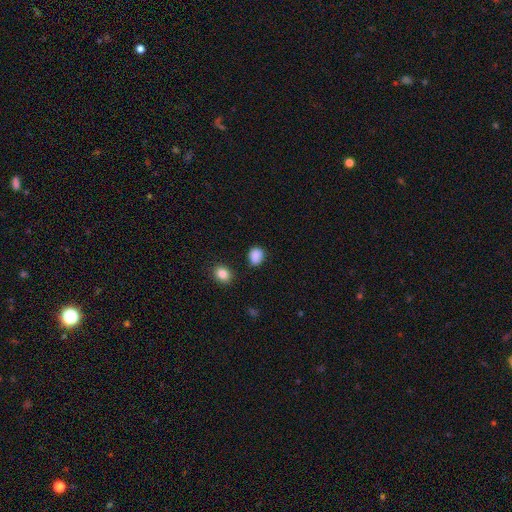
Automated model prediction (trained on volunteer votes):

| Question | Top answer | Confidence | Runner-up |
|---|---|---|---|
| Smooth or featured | smooth | 87% | star or artifact (10%) |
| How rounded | in between | 56% | round (43%) |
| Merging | none | 78% | minor disturbance (15%) |